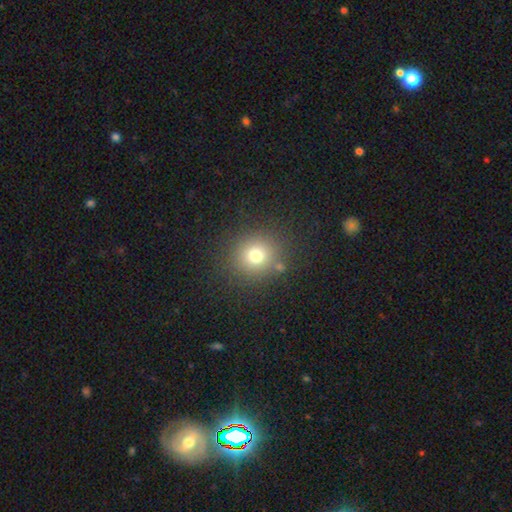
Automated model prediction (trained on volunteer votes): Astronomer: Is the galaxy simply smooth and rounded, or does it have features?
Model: smooth — 74%.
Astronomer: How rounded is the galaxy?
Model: round — 90%.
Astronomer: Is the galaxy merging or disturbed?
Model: none — 85%.